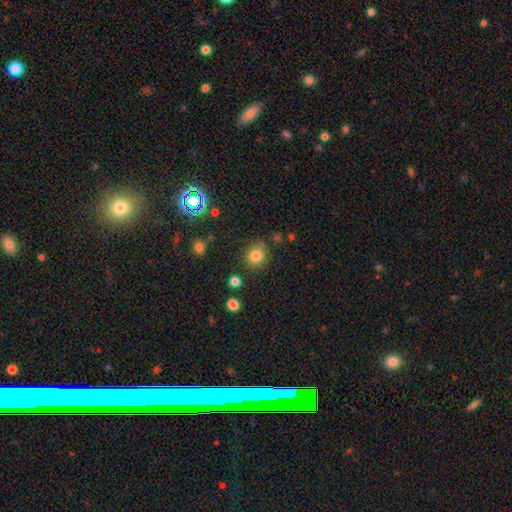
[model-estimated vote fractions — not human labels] smooth 80%, star or artifact 13%, featured or disk 6%. Down the decision tree: how rounded — round (87%); merging — none (79%).